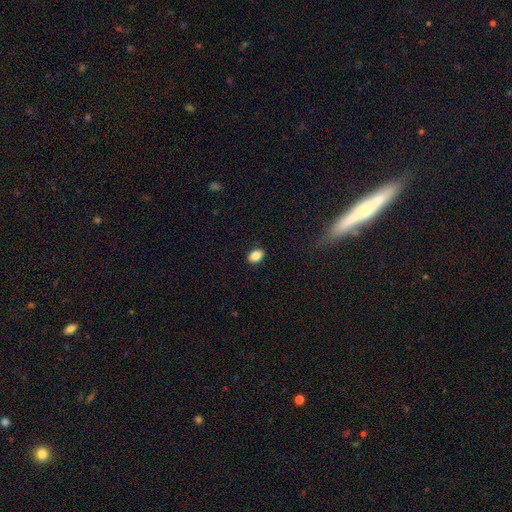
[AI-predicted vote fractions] Smooth or featured? smooth (86%)
How rounded? in between (85%)
Merging? none (89%)